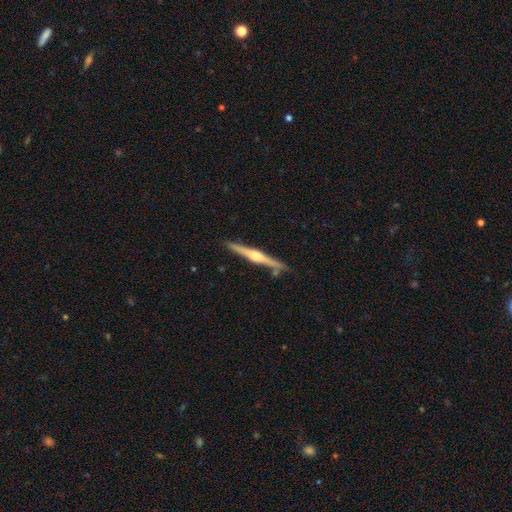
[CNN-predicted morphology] The model was most divided on "smooth or featured": featured or disk: 72%, smooth: 23%, star or artifact: 5%. More confident: edge-on disk — yes (98%); edge-on bulge — rounded (86%); merging — none (84%).